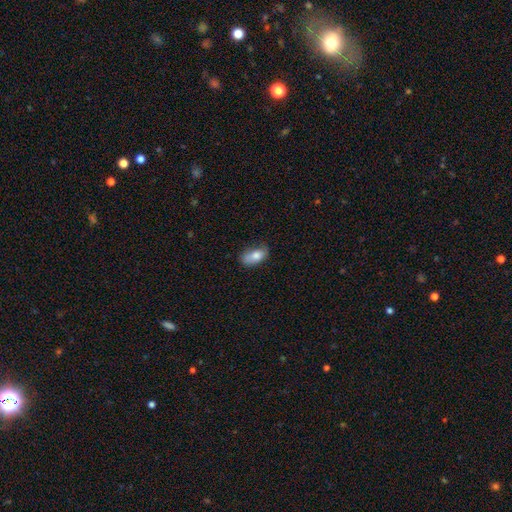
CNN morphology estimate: Smooth or featured?
  - smooth: 78% *
  - featured or disk: 15%
  - star or artifact: 7%
How rounded?
  - in between: 91% *
  - cigar-shaped: 5%
  - round: 5%
Merging?
  - none: 52% *
  - minor disturbance: 34%
  - major disturbance: 11%
  - merger: 3%